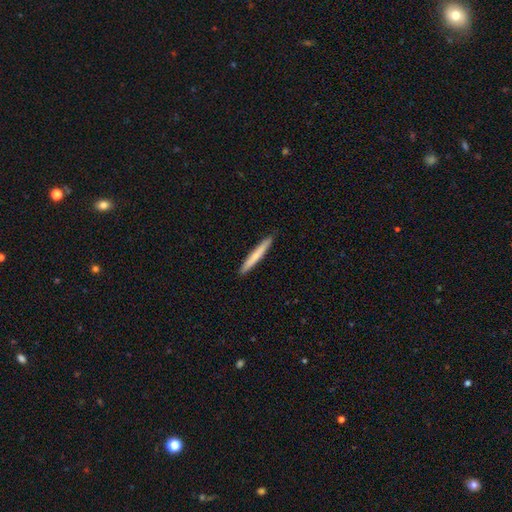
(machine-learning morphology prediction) Smooth or featured?
  - smooth: 68% *
  - featured or disk: 27%
  - star or artifact: 5%
How rounded?
  - cigar-shaped: 97% *
  - in between: 2%
  - round: 1%
Merging?
  - none: 92% *
  - minor disturbance: 6%
  - major disturbance: 1%
  - merger: 1%